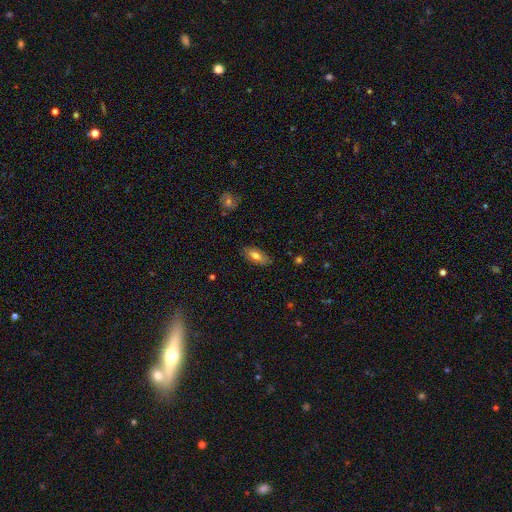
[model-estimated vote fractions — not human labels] Morphology: type=smooth (69%); roundness=in between (85%); merging=none (84%).